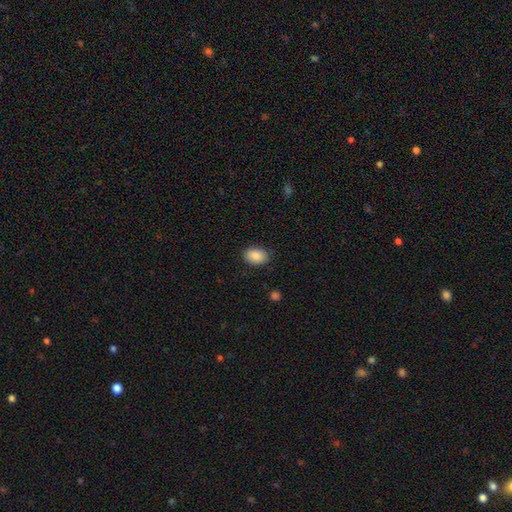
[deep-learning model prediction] This is clearly a smooth galaxy (87%). How rounded: likely in between (79%). Merging: clearly none (87%).